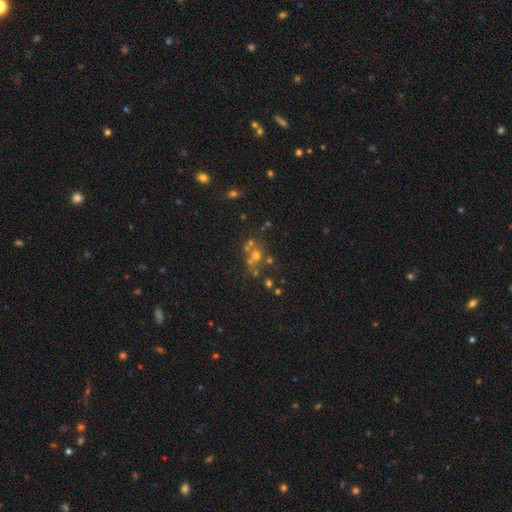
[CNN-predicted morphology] This is marginally a smooth galaxy (45%). Merging: possibly none (46%).